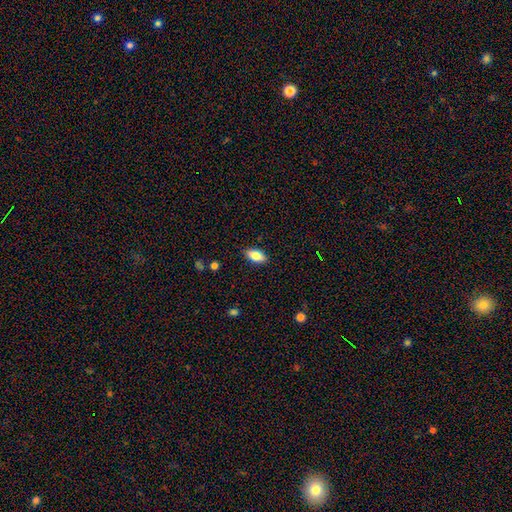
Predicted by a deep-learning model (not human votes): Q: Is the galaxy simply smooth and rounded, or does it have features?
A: smooth — 80%.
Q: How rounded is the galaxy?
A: in between — 88%.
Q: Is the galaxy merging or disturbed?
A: none — 88%.